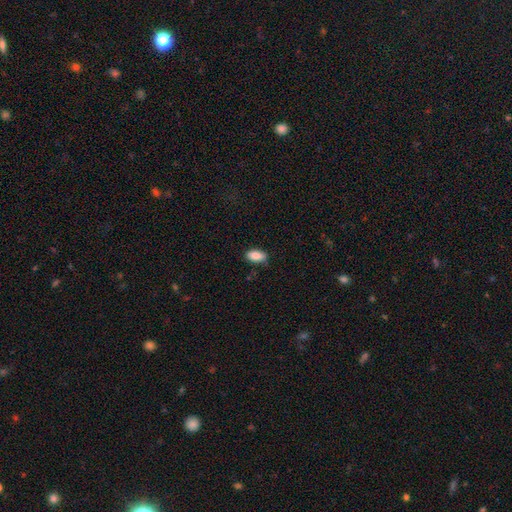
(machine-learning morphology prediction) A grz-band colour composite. It shows a smooth galaxy with no disk features (87%) that is in between round and cigar-shaped (91%). Merging: none (82%).